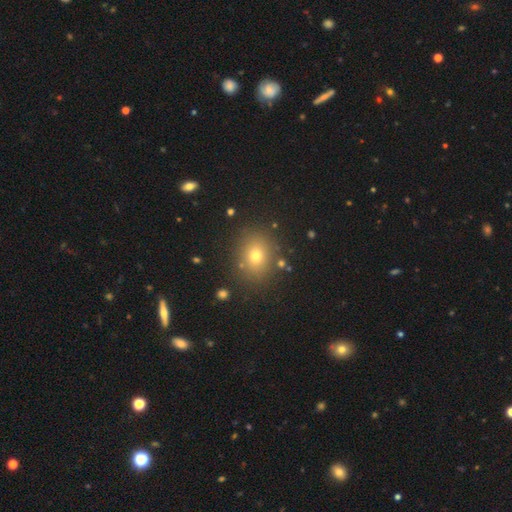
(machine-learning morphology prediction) Smooth or featured? Predicted: smooth (p=0.73). How rounded? Predicted: round (p=0.55). Merging? Predicted: none (p=0.85).